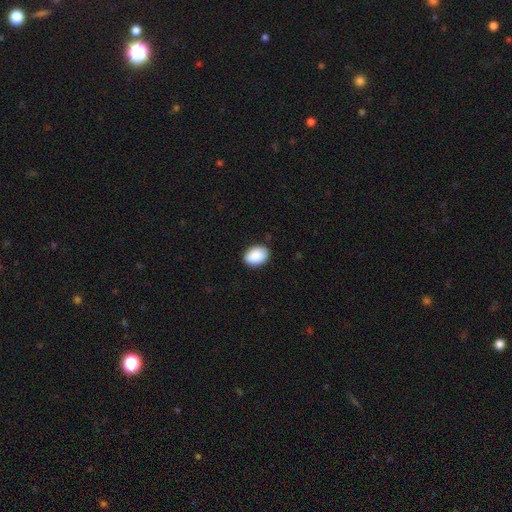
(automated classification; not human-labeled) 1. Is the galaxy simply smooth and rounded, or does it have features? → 90% smooth, 7% star or artifact, 3% featured or disk.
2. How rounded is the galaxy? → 81% in between, 18% round, 1% cigar-shaped.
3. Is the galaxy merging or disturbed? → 87% none, 10% minor disturbance, 2% major disturbance, 1% merger.